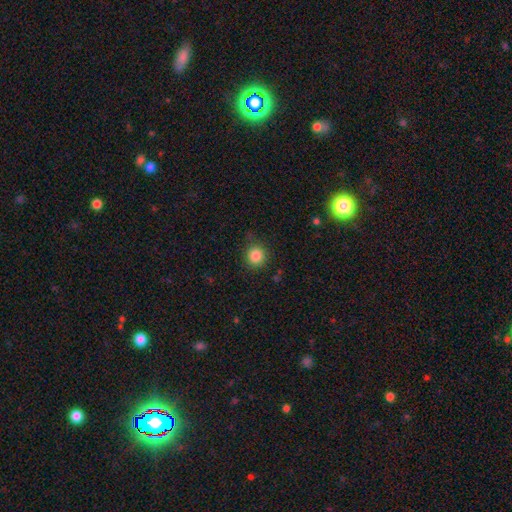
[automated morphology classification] A smooth galaxy with no disk features (85%) that is round (90%). Merging: none (85%).